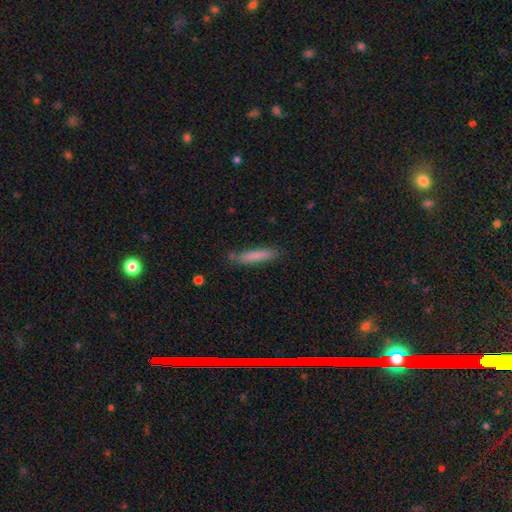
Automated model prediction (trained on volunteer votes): This is clearly a smooth galaxy (80%). How rounded: clearly cigar-shaped (87%). Merging: likely none (79%).